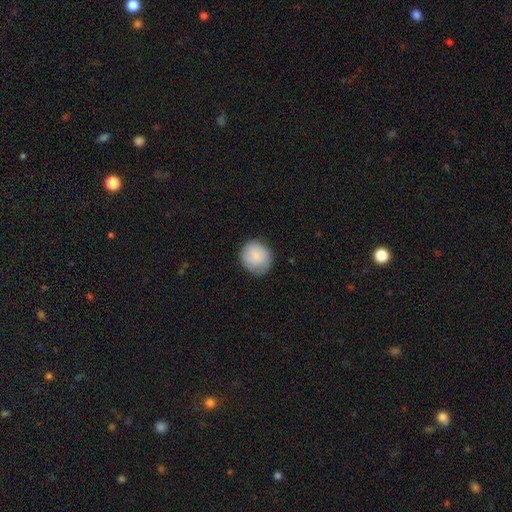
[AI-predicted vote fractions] Smooth or featured? smooth (85%)
How rounded? round (86%)
Merging? none (74%)